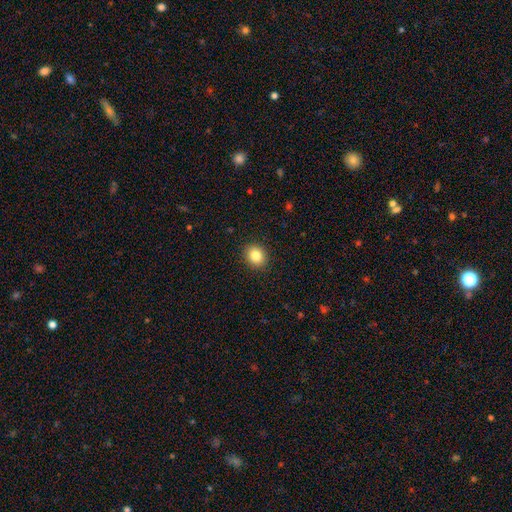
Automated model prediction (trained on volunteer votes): Overall: smooth (84%). How rounded: round (65%; in between 34%). Merging: none (91%).